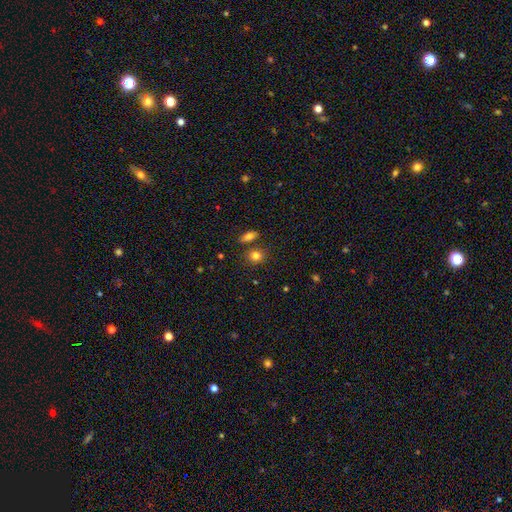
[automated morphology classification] smooth 80%, star or artifact 11%, featured or disk 8%. Down the decision tree: how rounded — round (65%); merging — none (71%).